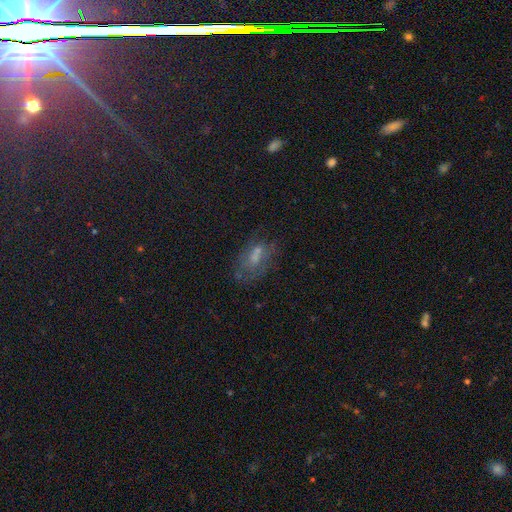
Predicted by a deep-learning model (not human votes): Smooth or featured: smooth — 44% (featured or disk — 39%)
Merging: none — 45% (minor disturbance — 22%)